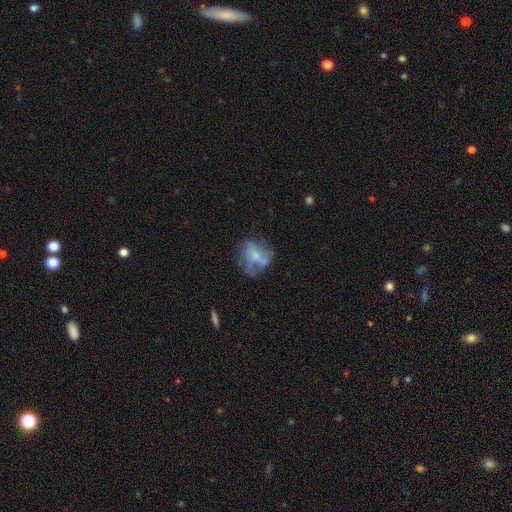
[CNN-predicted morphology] Overall: featured or disk (51%; smooth 38%). Edge-on disk: no (97%). Merging: none (44%; major disturbance 27%).